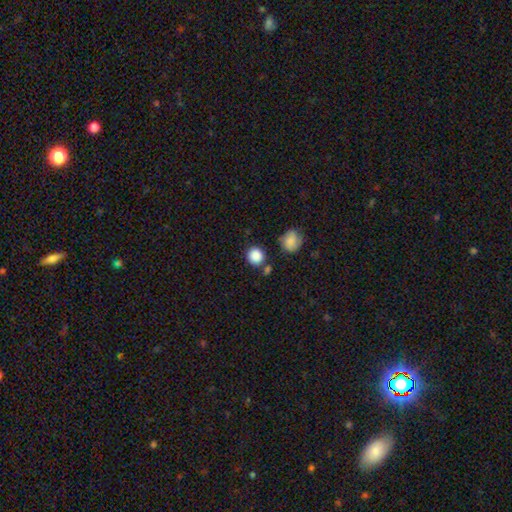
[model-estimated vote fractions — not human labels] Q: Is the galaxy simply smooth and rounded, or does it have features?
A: smooth — 87%.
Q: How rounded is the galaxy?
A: round — 91%.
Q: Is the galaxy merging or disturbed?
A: none — 78%.